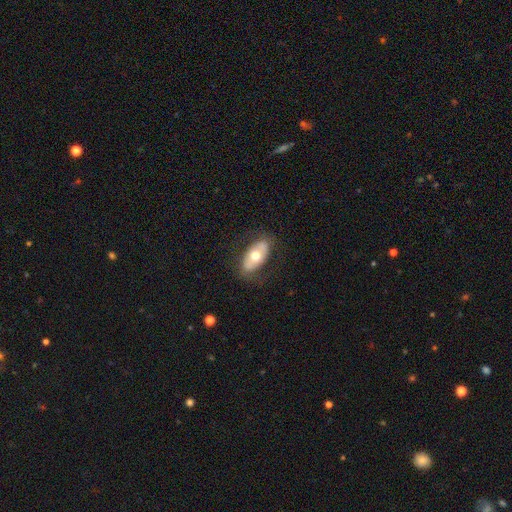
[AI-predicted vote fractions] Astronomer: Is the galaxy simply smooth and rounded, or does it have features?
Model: smooth — 52% (runner-up: featured or disk, 42%).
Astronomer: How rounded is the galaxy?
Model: in between — 91%.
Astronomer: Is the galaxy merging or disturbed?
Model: none — 78%.